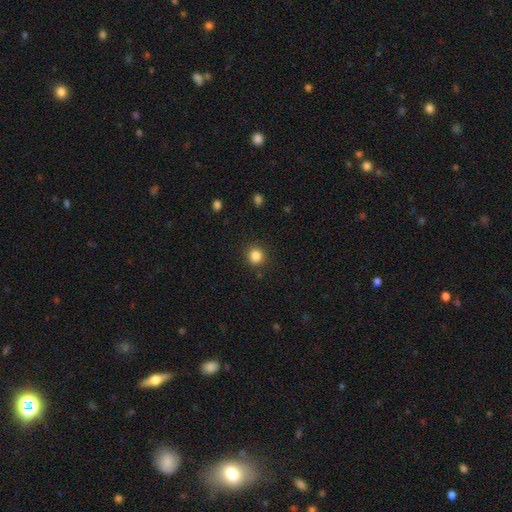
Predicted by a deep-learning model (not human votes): This is clearly a smooth galaxy (84%). How rounded: clearly round (88%). Merging: clearly none (89%).